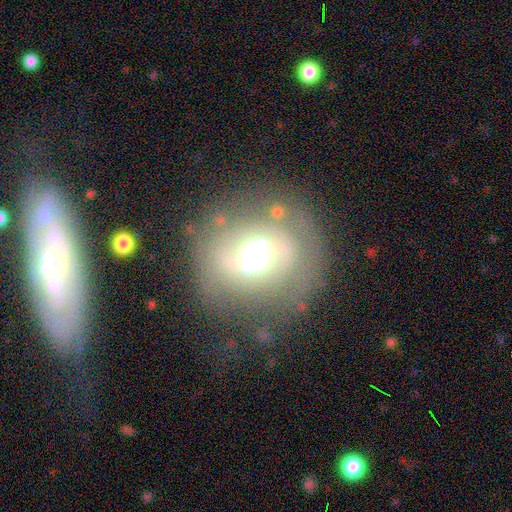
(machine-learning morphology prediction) Smooth or featured?
  - featured or disk: 60% *
  - smooth: 30%
  - star or artifact: 10%
Edge-on disk?
  - no: 96% *
  - yes: 4%
Bar?
  - no: 47% *
  - weak: 38%
  - strong: 15%
Spiral arms?
  - yes: 71% *
  - no: 29%
Bulge size?
  - moderate: 56% *
  - large: 32%
  - small: 7%
  - dominant: 5%
  - none: 1%
Merging?
  - none: 70% *
  - minor disturbance: 16%
  - major disturbance: 11%
  - merger: 3%